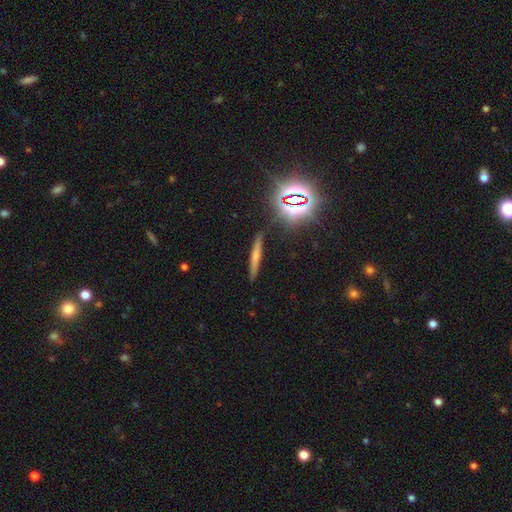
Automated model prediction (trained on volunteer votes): A smooth galaxy with no disk features (50%) that is cigar-shaped (90%).

Vote fractions:
- Smooth or featured? smooth: 50% / featured or disk: 33% / star or artifact: 17%
- How rounded? cigar-shaped: 90% / in between: 6% / round: 4%
- Merging? none: 83% / minor disturbance: 11% / merger: 3% / major disturbance: 3%